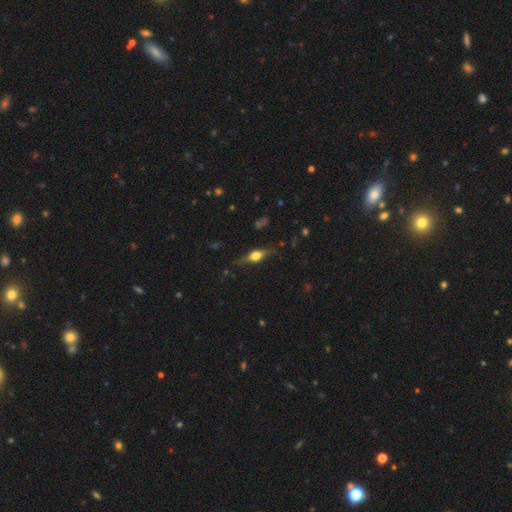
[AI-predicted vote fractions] This is likely a featured or disk galaxy (67%). It is clearly viewed edge-on (95%). Edge-on bulge: clearly rounded (92%). Merging: likely none (79%).